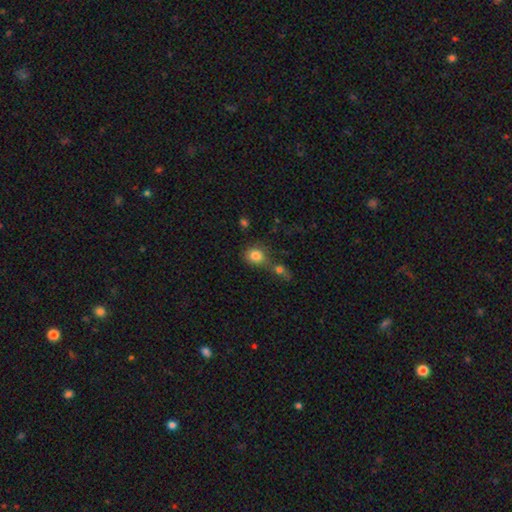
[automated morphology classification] Q: Smooth or featured?
A: smooth (81%); runner-up: star or artifact (11%)
Q: How rounded?
A: round (73%); runner-up: in between (26%)
Q: Merging?
A: none (49%); runner-up: merger (37%)